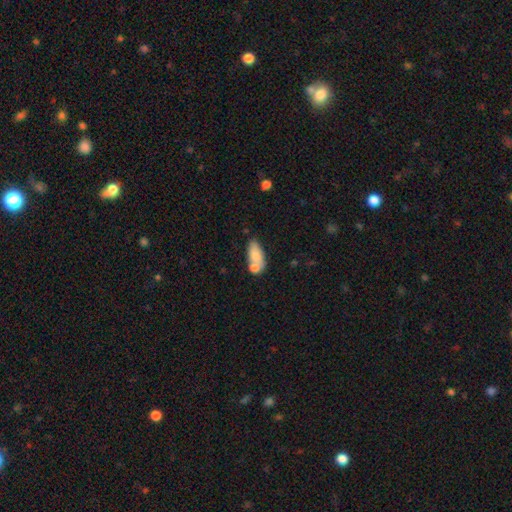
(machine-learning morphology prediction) smooth 76%, featured or disk 16%, star or artifact 7%. Down the decision tree: how rounded — in between (85%); merging — none (38%).